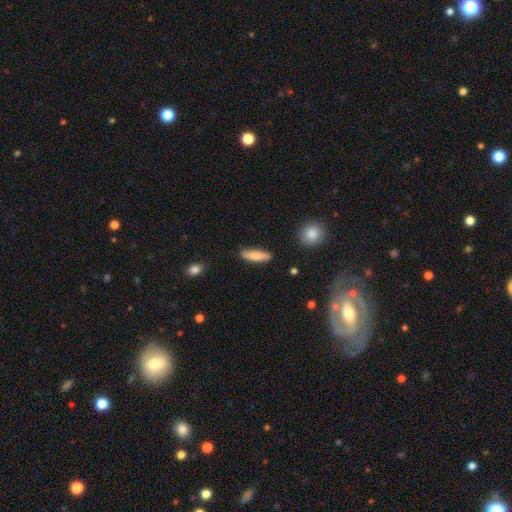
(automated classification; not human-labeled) smooth_or_featured: smooth (p=0.82) [alt: featured or disk p=0.12]
how_rounded: cigar-shaped (p=0.64) [alt: in between p=0.34]
merging: none (p=0.87) [alt: minor disturbance p=0.10]